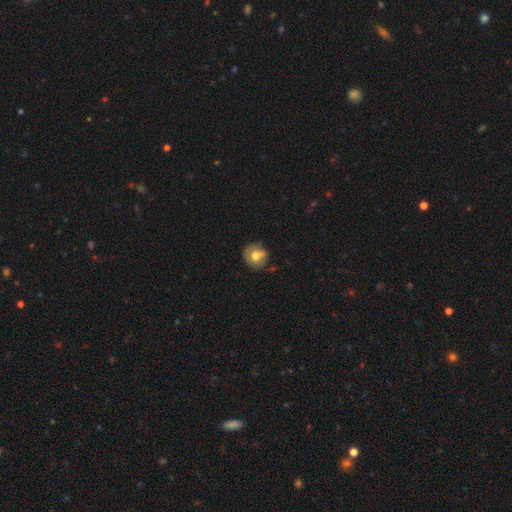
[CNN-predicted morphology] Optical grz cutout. It shows a smooth galaxy with no disk features (58%) that is round (78%). Merging: none (63%).